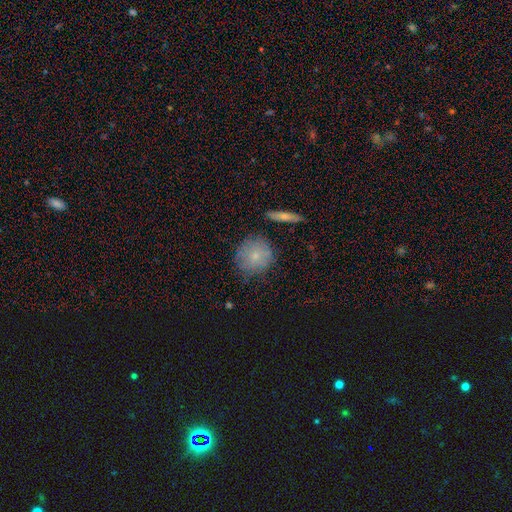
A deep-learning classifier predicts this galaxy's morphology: A smooth galaxy with no disk features (71%) that is round (88%). Merging: none (74%).